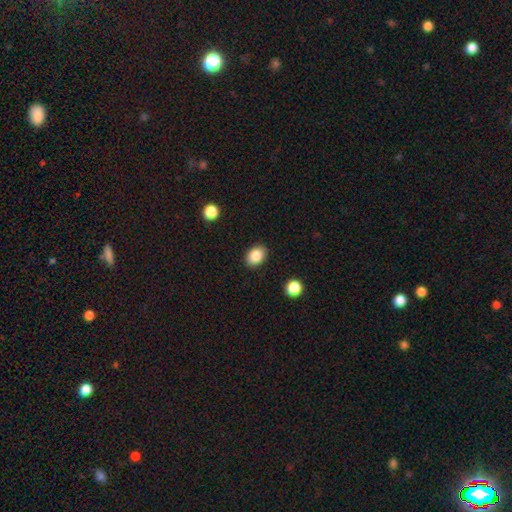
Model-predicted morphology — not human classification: A smooth galaxy with no disk features (86%) that is in between round and cigar-shaped (70%). Merging: none (88%).